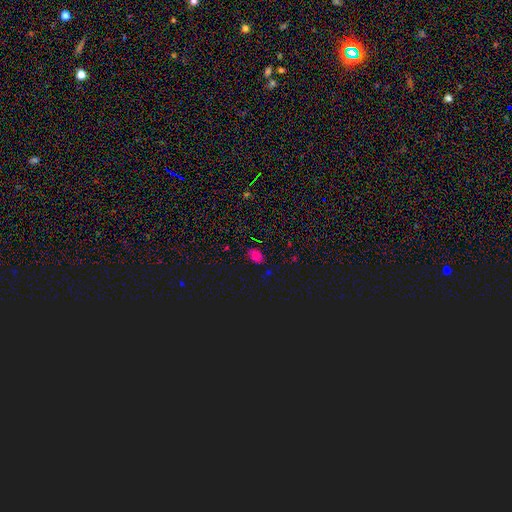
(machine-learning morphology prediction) A smooth galaxy with no disk features (59%) that is in between round and cigar-shaped (85%).

Vote fractions:
- Smooth or featured? smooth: 59% / star or artifact: 33% / featured or disk: 8%
- How rounded? in between: 85% / round: 14% / cigar-shaped: 2%
- Merging? none: 80% / minor disturbance: 15% / major disturbance: 3% / merger: 2%